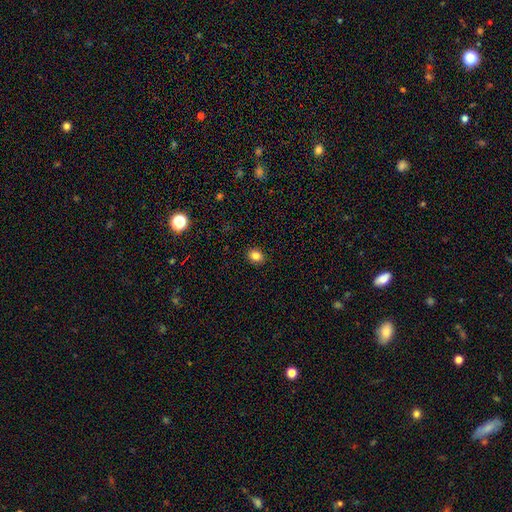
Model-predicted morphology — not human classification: Smooth or featured? smooth (83%)
How rounded? round (56%)
Merging? none (90%)